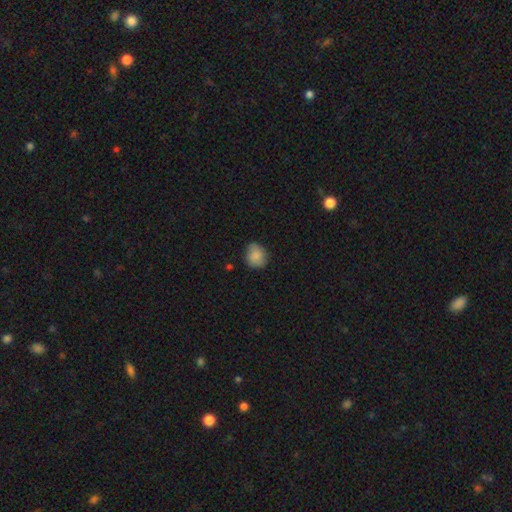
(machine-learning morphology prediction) Smooth or featured? Predicted: smooth (p=0.85). How rounded? Predicted: round (p=0.67). Merging? Predicted: none (p=0.74).